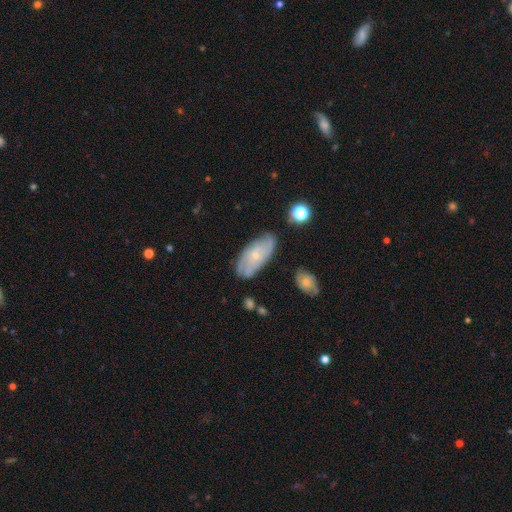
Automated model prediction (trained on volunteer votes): A featured or disk galaxy (60%) with no bar (81%), spiral arms (76%) and a small central bulge (77%).

Vote fractions:
- Smooth or featured? featured or disk: 60% / smooth: 33% / star or artifact: 7%
- Edge-on disk? no: 91% / yes: 9%
- Bar? no: 81% / weak: 16% / strong: 3%
- Spiral arms? yes: 76% / no: 24%
- Bulge size? small: 77% / moderate: 18% / none: 2% / large: 1% / dominant: 1%
- Merging? none: 70% / minor disturbance: 21% / major disturbance: 6% / merger: 3%